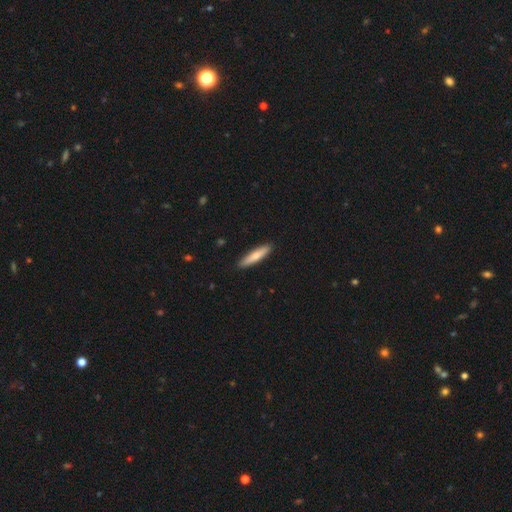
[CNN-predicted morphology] Smooth or featured?
  - smooth: 71% *
  - featured or disk: 23%
  - star or artifact: 5%
How rounded?
  - cigar-shaped: 84% *
  - in between: 14%
  - round: 1%
Merging?
  - none: 91% *
  - minor disturbance: 7%
  - major disturbance: 1%
  - merger: 1%